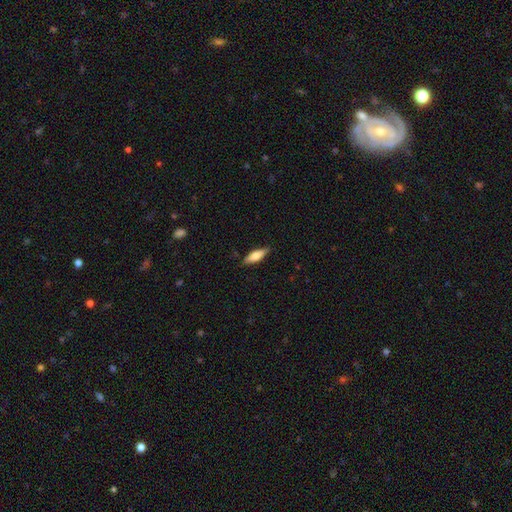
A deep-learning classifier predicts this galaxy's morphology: A smooth galaxy with no disk features (69%) that is cigar-shaped (49%, tied with in between).

Vote fractions:
- Smooth or featured? smooth: 69% / featured or disk: 26% / star or artifact: 6%
- How rounded? cigar-shaped: 49% (tied) / in between: 49% (tied) / round: 2%
- Merging? none: 85% / minor disturbance: 12% / major disturbance: 2% / merger: 1%